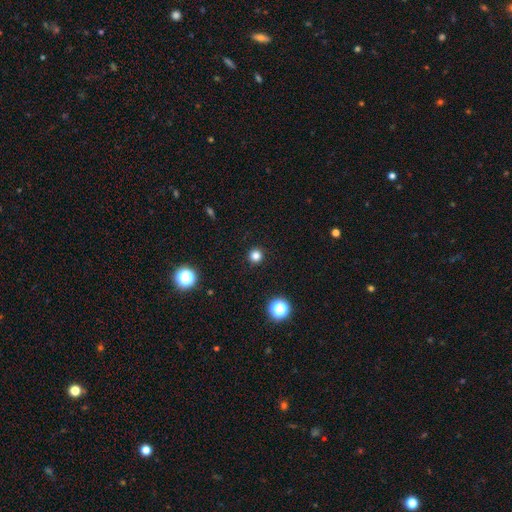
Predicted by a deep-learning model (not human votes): Overall: smooth (81%). How rounded: round (95%). Merging: none (93%).